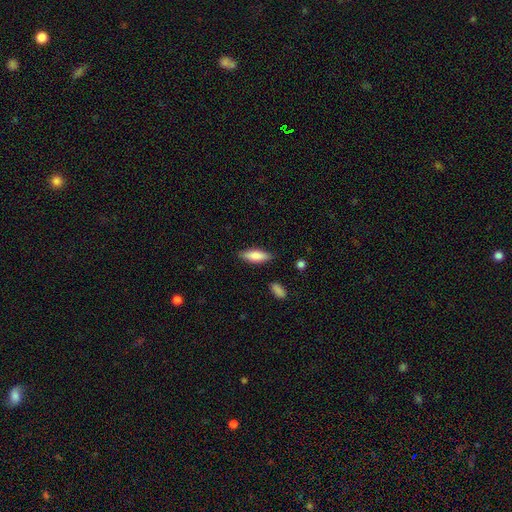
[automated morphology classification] Smooth or featured? Predicted: smooth (p=0.80). How rounded? Predicted: in between (p=0.61). Merging? Predicted: none (p=0.84).